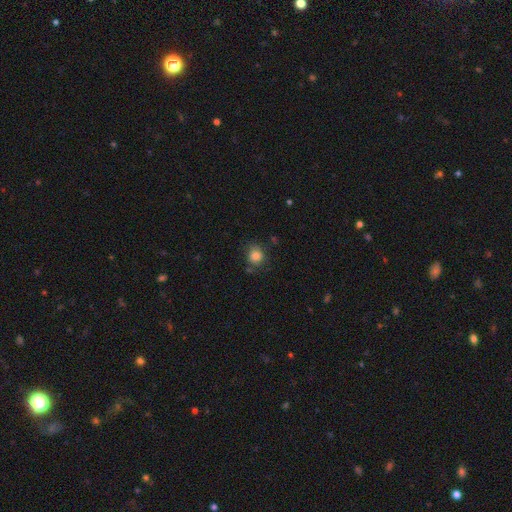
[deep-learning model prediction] A smooth galaxy with no disk features (83%) that is round (81%).

Vote fractions:
- Smooth or featured? smooth: 83% / star or artifact: 11% / featured or disk: 7%
- How rounded? round: 81% / in between: 18% / cigar-shaped: 1%
- Merging? none: 73% / minor disturbance: 18% / major disturbance: 5% / merger: 4%